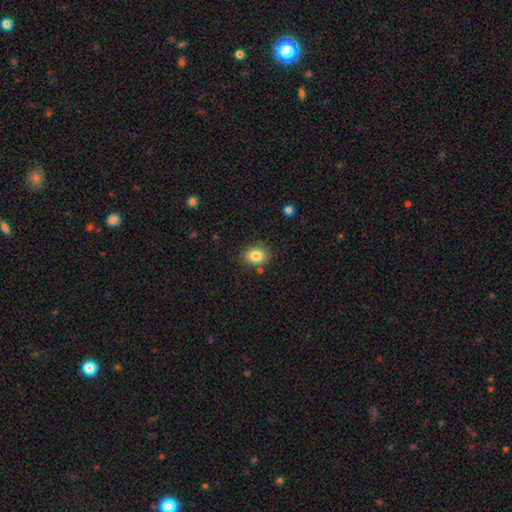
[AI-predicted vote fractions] A smooth galaxy with no disk features (83%) that is in between round and cigar-shaped (50%).

Vote fractions:
- Smooth or featured? smooth: 83% / star or artifact: 10% / featured or disk: 7%
- How rounded? in between: 50% / round: 49% / cigar-shaped: 1%
- Merging? none: 83% / minor disturbance: 11% / merger: 3% / major disturbance: 3%